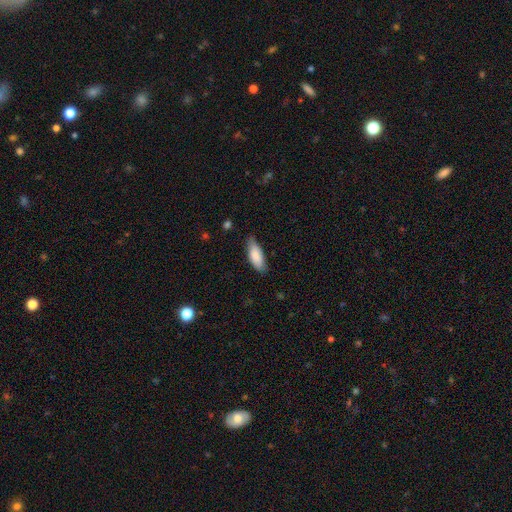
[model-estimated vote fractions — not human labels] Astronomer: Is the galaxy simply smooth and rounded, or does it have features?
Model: smooth — 86%.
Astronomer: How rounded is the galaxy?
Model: in between — 75%.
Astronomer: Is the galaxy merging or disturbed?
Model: none — 77%.